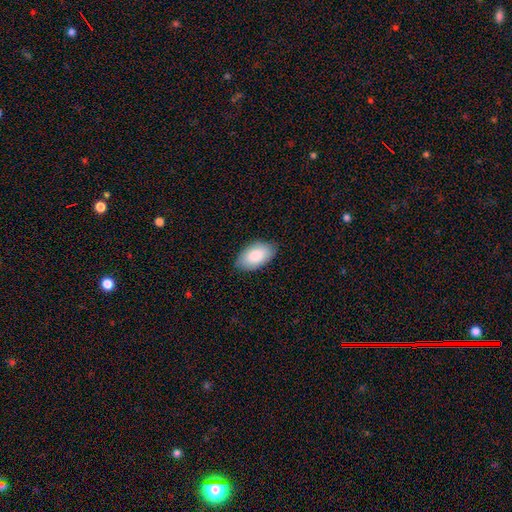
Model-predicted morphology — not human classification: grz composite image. It shows a smooth galaxy with no disk features (85%) that is in between round and cigar-shaped (95%). Merging: none (83%).